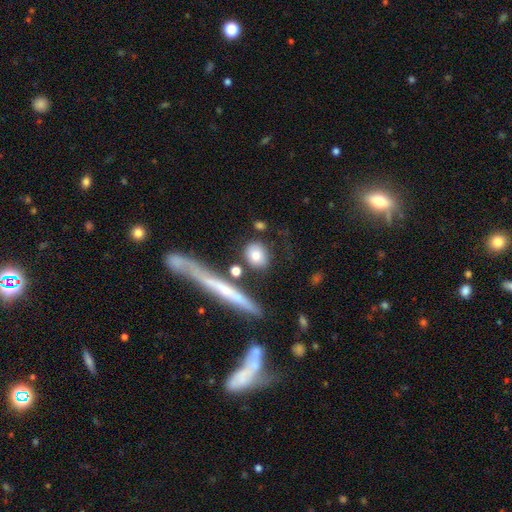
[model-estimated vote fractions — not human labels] A smooth galaxy with no disk features (78%) that is round (64%). Merging: none (77%).